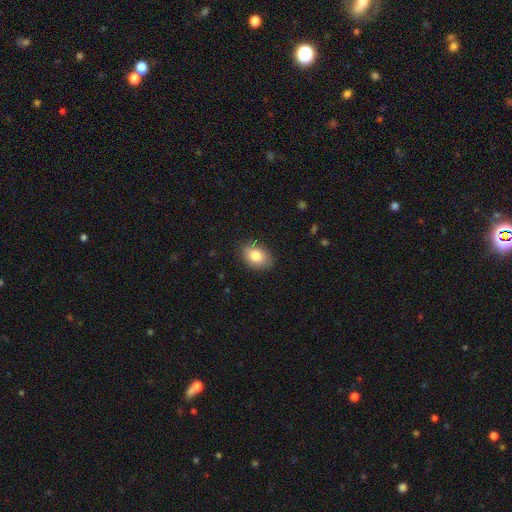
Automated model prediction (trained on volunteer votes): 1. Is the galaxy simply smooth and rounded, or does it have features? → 84% smooth, 9% featured or disk, 7% star or artifact.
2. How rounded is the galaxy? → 81% in between, 18% round, 1% cigar-shaped.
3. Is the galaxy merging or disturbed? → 86% none, 11% minor disturbance, 2% major disturbance, 1% merger.